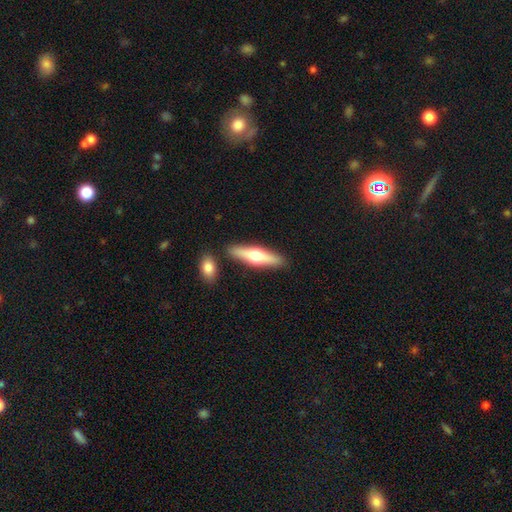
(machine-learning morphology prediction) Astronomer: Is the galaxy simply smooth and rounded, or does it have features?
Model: smooth — 48% (runner-up: featured or disk, 47%).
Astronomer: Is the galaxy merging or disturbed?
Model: none — 84%.